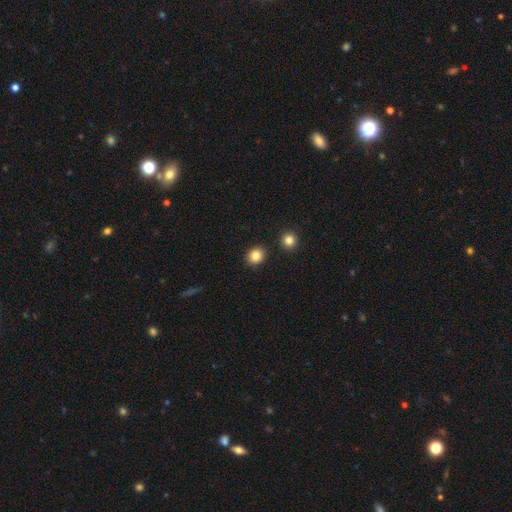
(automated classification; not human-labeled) Q: Smooth or featured?
A: smooth (85%); runner-up: star or artifact (10%)
Q: How rounded?
A: round (74%); runner-up: in between (25%)
Q: Merging?
A: none (89%); runner-up: minor disturbance (6%)